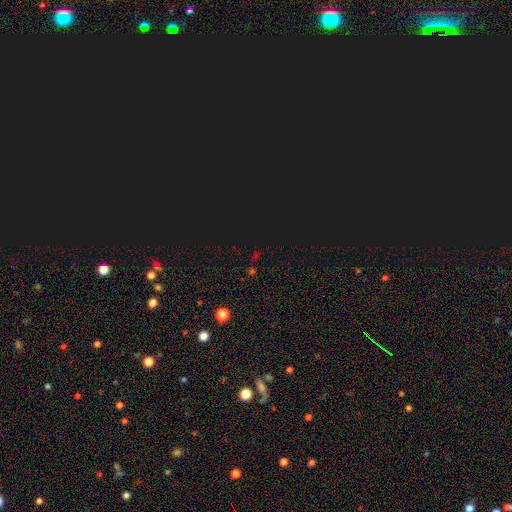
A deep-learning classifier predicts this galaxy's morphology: This is likely a star or artifact rather than a galaxy (69%).